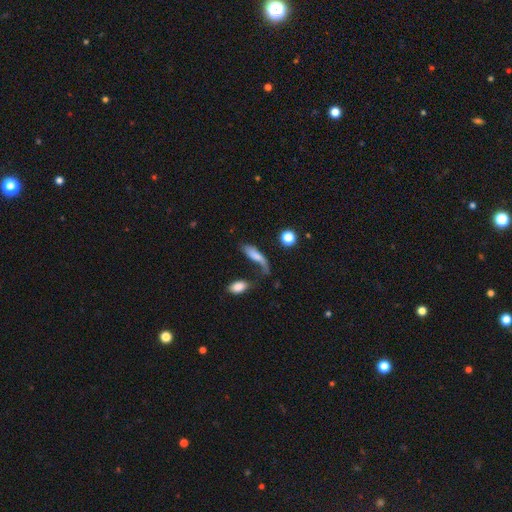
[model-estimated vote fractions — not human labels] Smooth or featured: smooth — 63% (featured or disk — 27%)
How rounded: in between — 51% (cigar-shaped — 44%)
Merging: major disturbance — 32% (none — 31%)